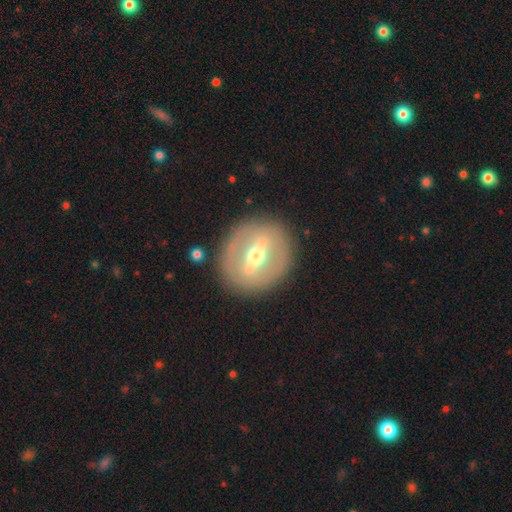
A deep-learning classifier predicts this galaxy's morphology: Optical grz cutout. It shows a featured or disk galaxy (73%) with a strong bar (75%), no spiral arms (83%) and a moderate central bulge (74%). Merging: none (88%).